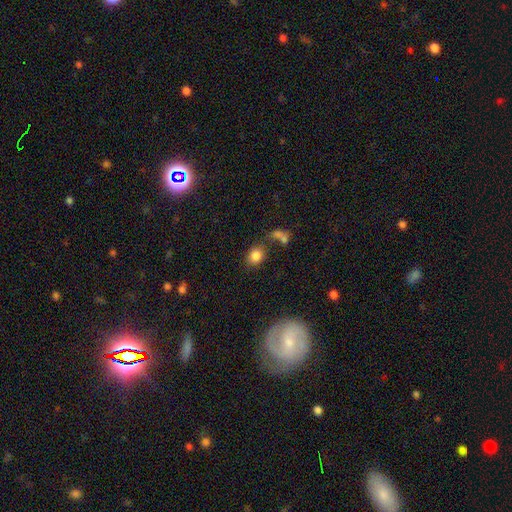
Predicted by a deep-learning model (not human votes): A smooth galaxy with no disk features (83%) that is in between round and cigar-shaped (50%). Merging: none (60%).